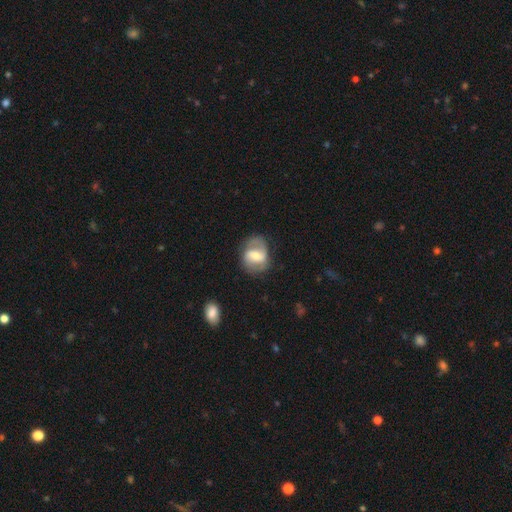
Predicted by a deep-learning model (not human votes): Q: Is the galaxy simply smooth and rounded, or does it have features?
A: featured or disk — 69%.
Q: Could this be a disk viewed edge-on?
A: no — 97%.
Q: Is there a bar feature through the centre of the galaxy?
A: weak — 45%.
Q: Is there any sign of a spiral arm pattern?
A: yes — 82%.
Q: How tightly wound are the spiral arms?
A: medium — 46%.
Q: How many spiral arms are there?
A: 2 — 81%.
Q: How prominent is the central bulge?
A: moderate — 58%.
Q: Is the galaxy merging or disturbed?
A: none — 69%.